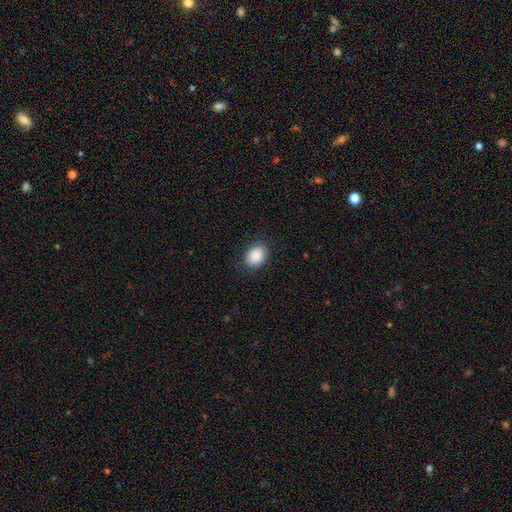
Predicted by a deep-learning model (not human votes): This appears to be a smooth galaxy with no disk features (89%) that is in between round and cigar-shaped (69%). Merging: none (86%).